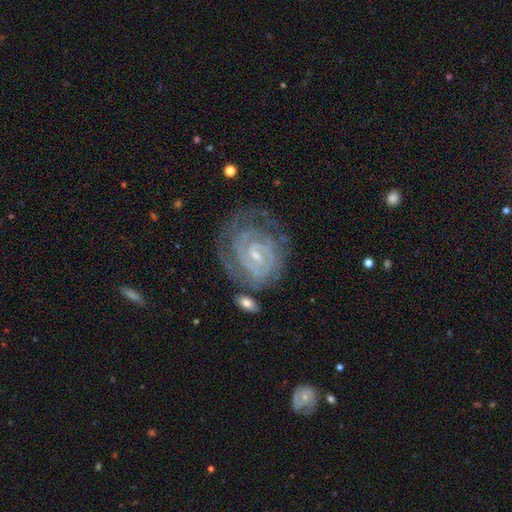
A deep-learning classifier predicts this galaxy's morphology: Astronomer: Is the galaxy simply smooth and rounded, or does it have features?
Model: featured or disk — 87%.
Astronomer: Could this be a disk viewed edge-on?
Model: no — 97%.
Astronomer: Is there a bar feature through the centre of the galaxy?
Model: weak — 51% (runner-up: no, 28%).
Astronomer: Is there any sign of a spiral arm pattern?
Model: yes — 97%.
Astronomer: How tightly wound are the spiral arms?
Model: tight — 78%.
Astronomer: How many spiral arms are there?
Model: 2 — 42% (runner-up: can't tell, 25%).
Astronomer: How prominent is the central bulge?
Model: small — 72%.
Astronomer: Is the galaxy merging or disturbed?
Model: none — 64%.